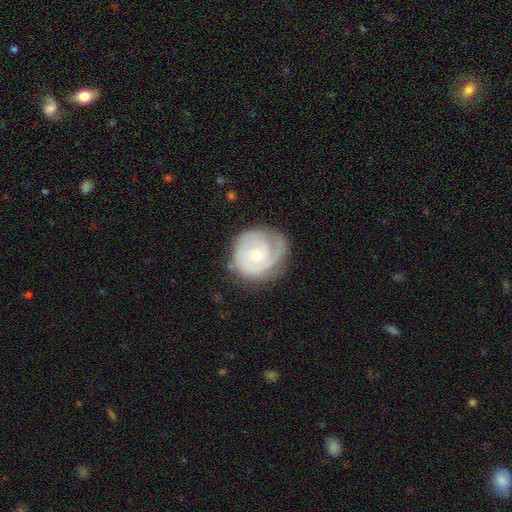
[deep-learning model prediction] smooth-or-featured: featured or disk: 81% | smooth: 14% | star or artifact: 5%
  disk-edge-on: no: 98% | yes: 2%
    bar: no: 71% | weak: 25% | strong: 4%
    has-spiral-arms: yes: 96% | no: 4%
      spiral-winding: tight: 71% | medium: 24% | loose: 6%
      spiral-arm-count: 2: 41% | can't tell: 19% | 1: 17% | 3: 15% | 4: 4% | more than 4: 3%
    bulge-size: small: 71% | moderate: 23% | none: 4% | large: 2% | dominant: 1%
  merging: none: 71% | minor disturbance: 19% | major disturbance: 8% | merger: 2%